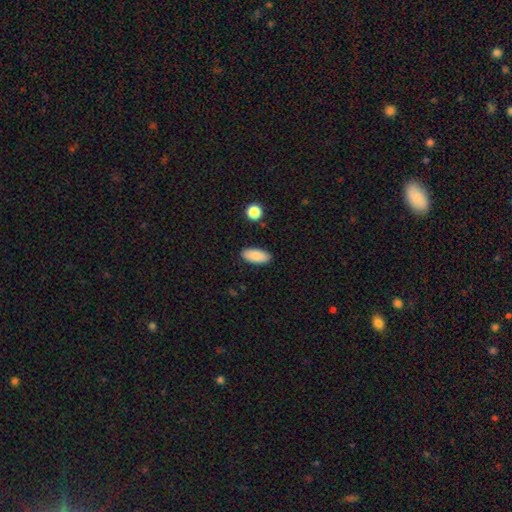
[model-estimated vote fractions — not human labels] smooth 88%, star or artifact 7%, featured or disk 5%. Down the decision tree: how rounded — in between (89%); merging — none (88%).